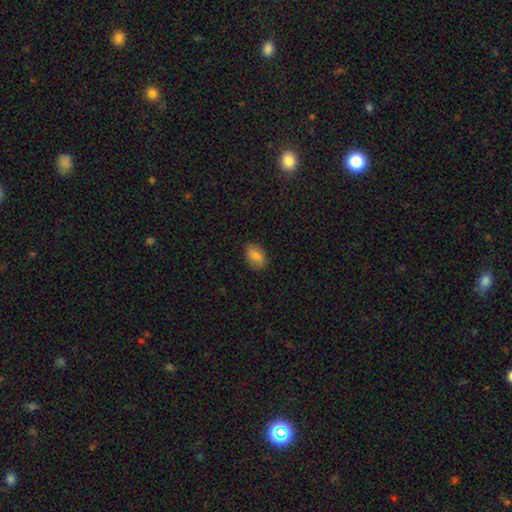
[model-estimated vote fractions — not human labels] smooth-or-featured: smooth: 83% | featured or disk: 9% | star or artifact: 8%
  how-rounded: in between: 86% | round: 12% | cigar-shaped: 2%
  merging: none: 83% | minor disturbance: 13% | major disturbance: 3% | merger: 1%